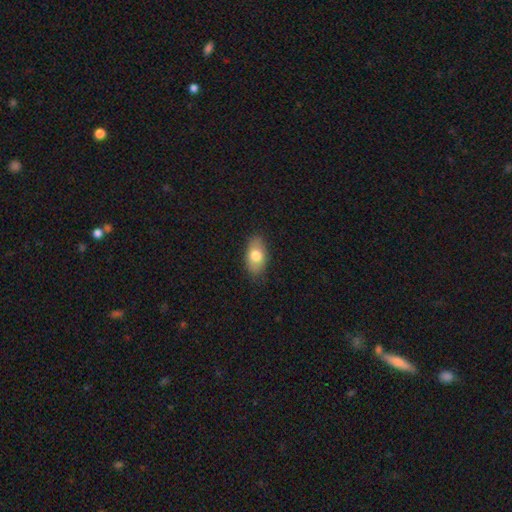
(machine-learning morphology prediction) A smooth galaxy with no disk features (74%) that is in between round and cigar-shaped (89%).

Vote fractions:
- Smooth or featured? smooth: 74% / featured or disk: 18% / star or artifact: 7%
- How rounded? in between: 89% / round: 8% / cigar-shaped: 3%
- Merging? none: 82% / minor disturbance: 14% / major disturbance: 3% / merger: 1%